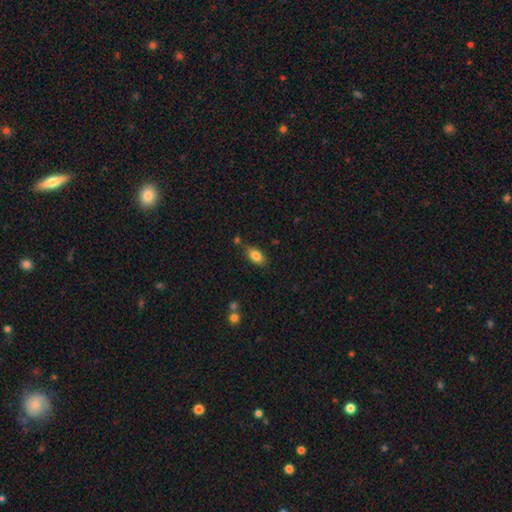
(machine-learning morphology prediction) Q: Smooth or featured?
A: smooth (84%); runner-up: featured or disk (8%)
Q: How rounded?
A: in between (89%); runner-up: round (8%)
Q: Merging?
A: none (74%); runner-up: minor disturbance (16%)